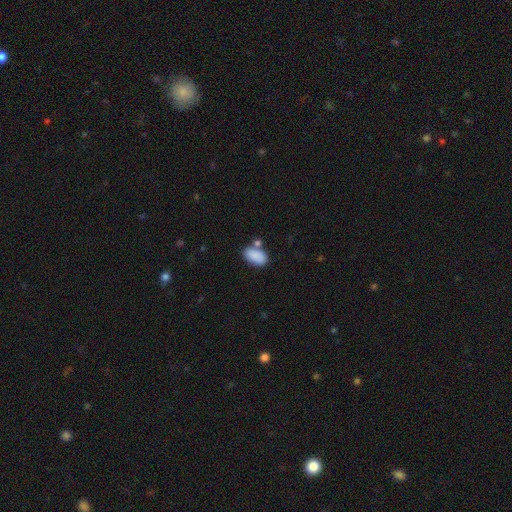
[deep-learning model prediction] Smooth or featured? Predicted: smooth (p=0.88). How rounded? Predicted: in between (p=0.94). Merging? Predicted: none (p=0.62).